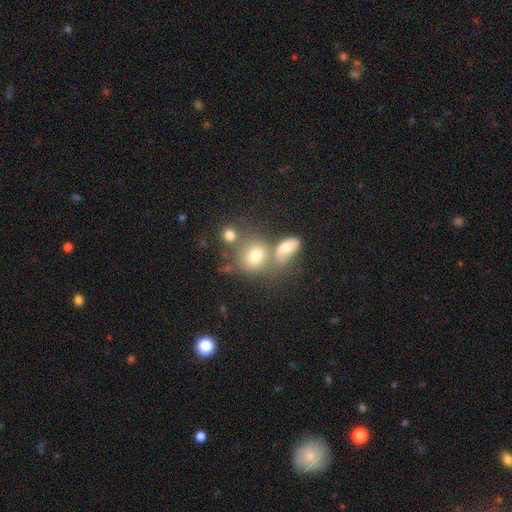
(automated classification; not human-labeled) This is likely a smooth galaxy (71%). How rounded: possibly round (60%). Merging: marginally none (43%).